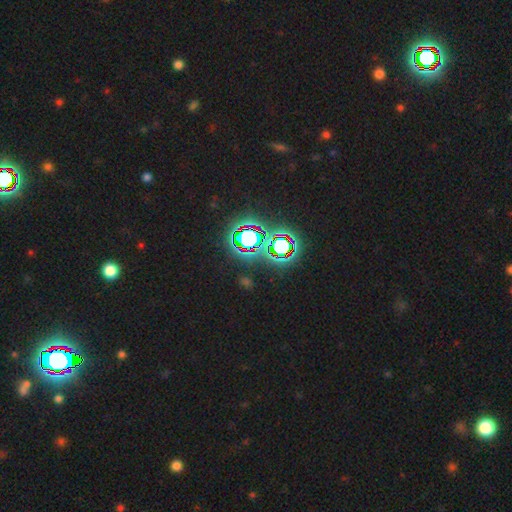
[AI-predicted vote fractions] Overall: star or artifact (80%).